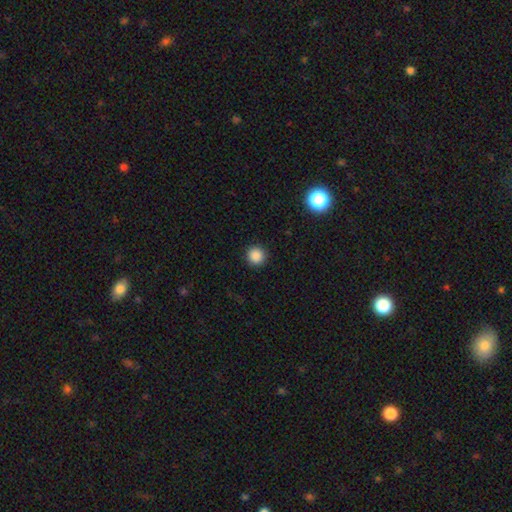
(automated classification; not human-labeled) This appears to be a smooth galaxy with no disk features (87%) that is round (96%). Merging: none (93%).